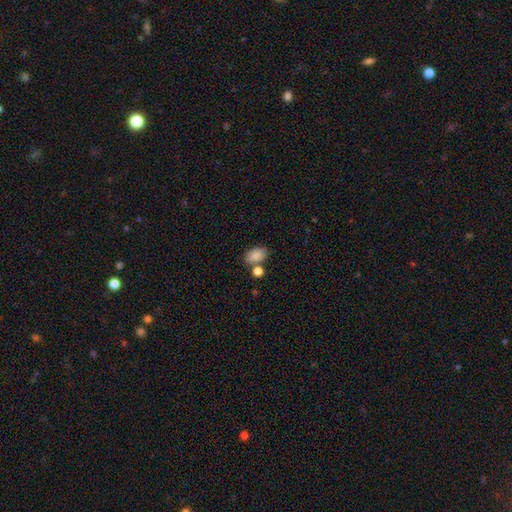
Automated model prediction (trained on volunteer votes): Q: Smooth or featured?
A: smooth (86%); runner-up: star or artifact (8%)
Q: How rounded?
A: in between (88%); runner-up: round (11%)
Q: Merging?
A: none (62%); runner-up: merger (21%)